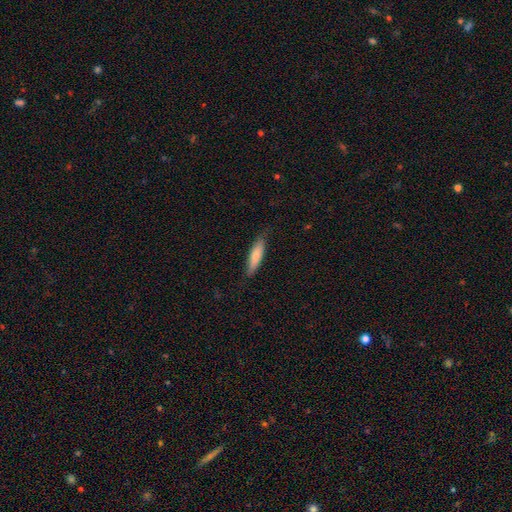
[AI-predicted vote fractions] A smooth galaxy with no disk features (76%) that is cigar-shaped (72%). Merging: none (82%).